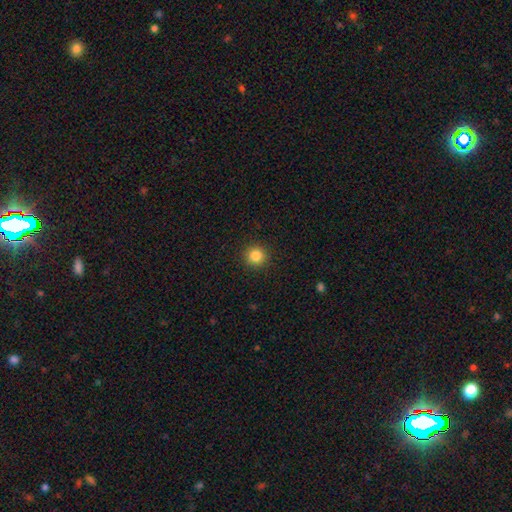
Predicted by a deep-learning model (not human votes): This appears to be a smooth galaxy with no disk features (84%) that is round (95%). Merging: none (92%).